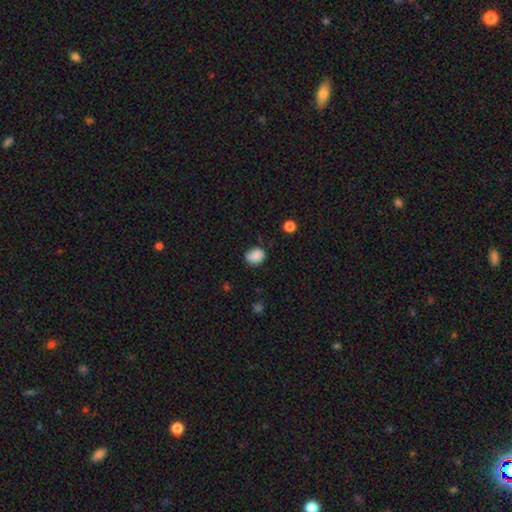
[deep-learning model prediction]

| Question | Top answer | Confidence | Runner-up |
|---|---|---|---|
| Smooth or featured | smooth | 86% | star or artifact (9%) |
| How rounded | round | 51% | in between (48%) |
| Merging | none | 70% | minor disturbance (23%) |